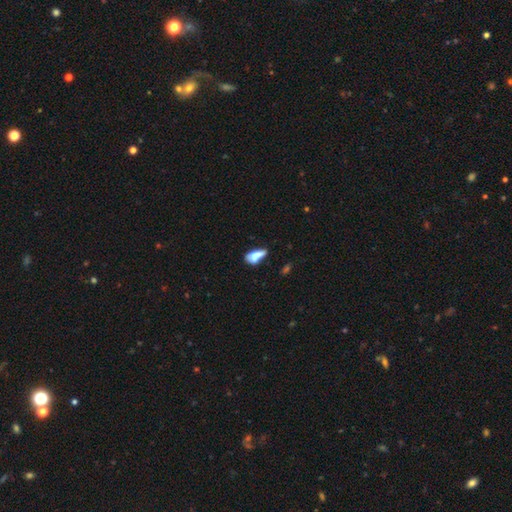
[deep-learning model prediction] A smooth galaxy with no disk features (69%) that is in between round and cigar-shaped (75%).

Vote fractions:
- Smooth or featured? smooth: 69% / featured or disk: 20% / star or artifact: 10%
- How rounded? in between: 75% / cigar-shaped: 19% / round: 5%
- Merging? none: 31% / minor disturbance: 27% / major disturbance: 21% / merger: 20%